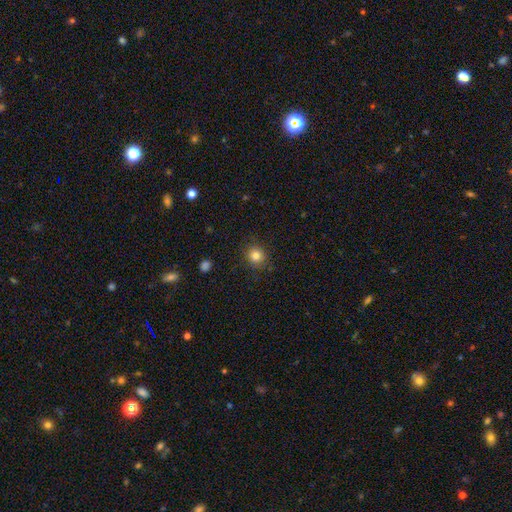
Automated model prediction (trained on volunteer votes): Q: Smooth or featured?
A: smooth (82%); runner-up: star or artifact (12%)
Q: How rounded?
A: round (90%); runner-up: in between (10%)
Q: Merging?
A: none (89%); runner-up: minor disturbance (8%)